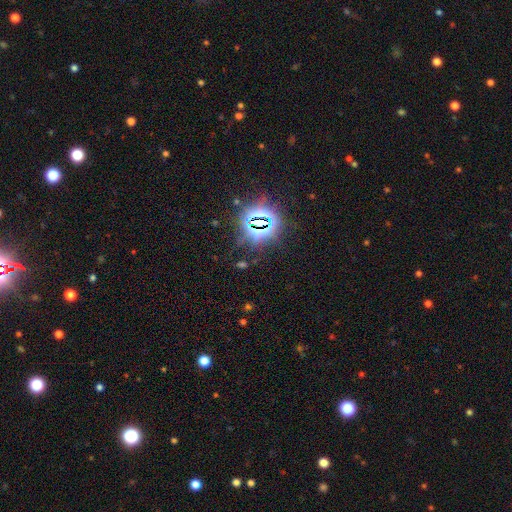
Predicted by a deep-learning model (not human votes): A star or artifact, not a galaxy (83%).